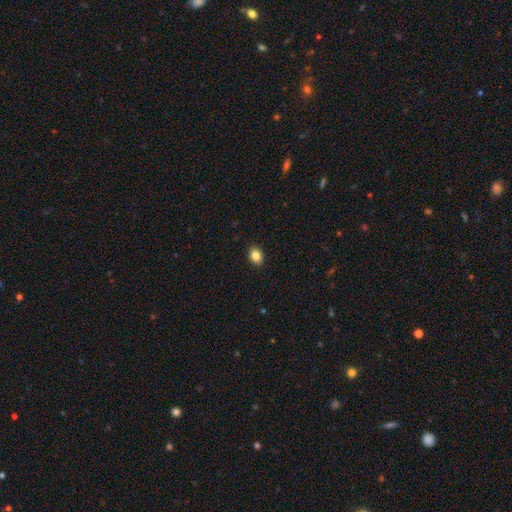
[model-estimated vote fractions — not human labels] Morphology: type=smooth (85%); roundness=in between (54%); merging=none (91%).